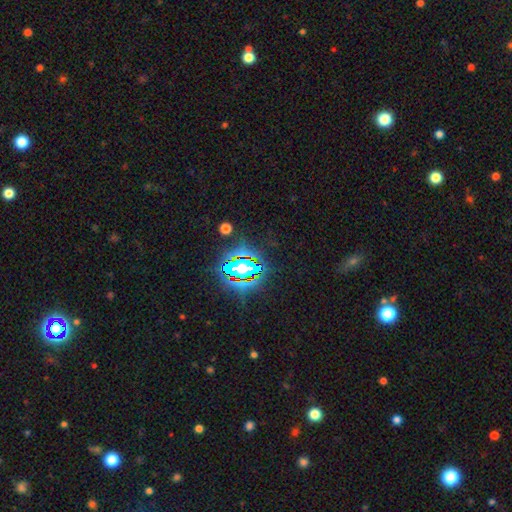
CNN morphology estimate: smooth_or_featured: star or artifact (p=0.75) [alt: smooth p=0.14]